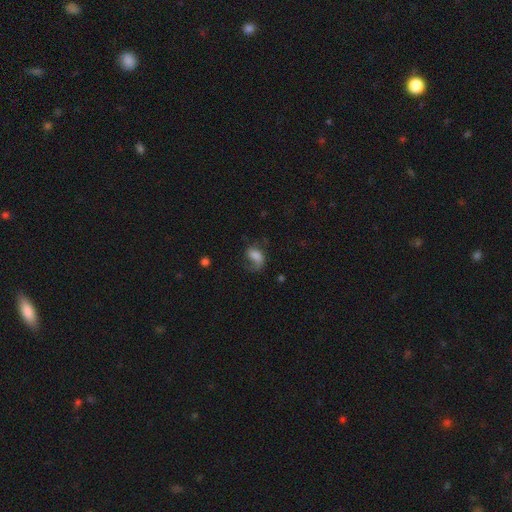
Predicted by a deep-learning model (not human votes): smooth_or_featured: smooth (p=0.50) [alt: featured or disk p=0.40]
merging: none (p=0.37) [tied with: major disturbance p=0.37]